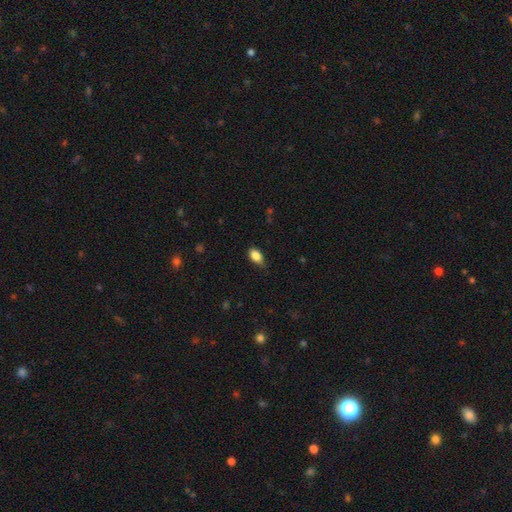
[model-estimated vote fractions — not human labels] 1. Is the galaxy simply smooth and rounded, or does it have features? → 86% smooth, 8% star or artifact, 6% featured or disk.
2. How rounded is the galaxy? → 88% in between, 9% round, 3% cigar-shaped.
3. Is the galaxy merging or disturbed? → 68% none, 26% minor disturbance, 4% major disturbance, 1% merger.